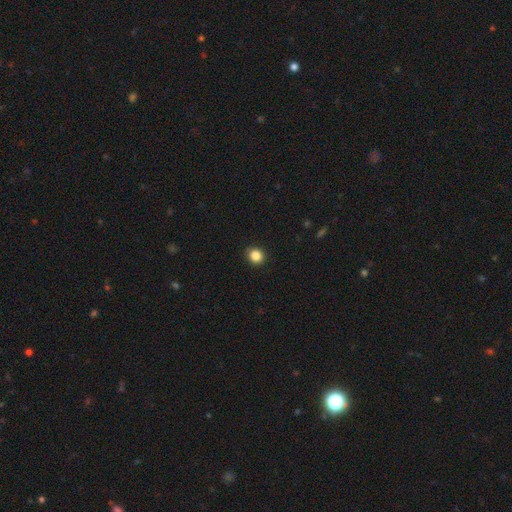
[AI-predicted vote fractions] Q: Smooth or featured?
A: smooth (85%); runner-up: star or artifact (11%)
Q: How rounded?
A: round (84%); runner-up: in between (15%)
Q: Merging?
A: none (91%); runner-up: minor disturbance (7%)